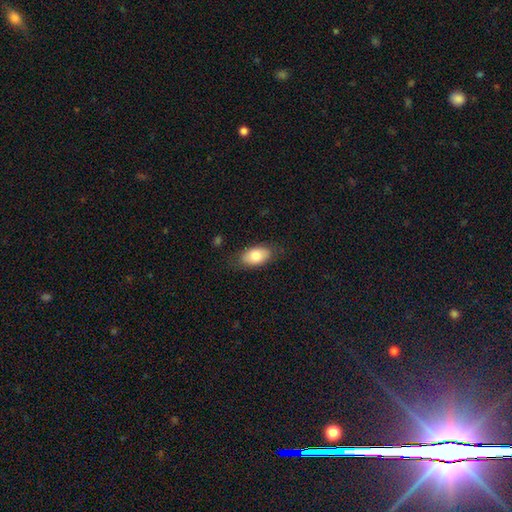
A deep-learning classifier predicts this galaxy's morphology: Smooth or featured?
  - smooth: 80% *
  - featured or disk: 14%
  - star or artifact: 7%
How rounded?
  - in between: 92% *
  - round: 6%
  - cigar-shaped: 2%
Merging?
  - none: 80% *
  - minor disturbance: 14%
  - major disturbance: 4%
  - merger: 1%